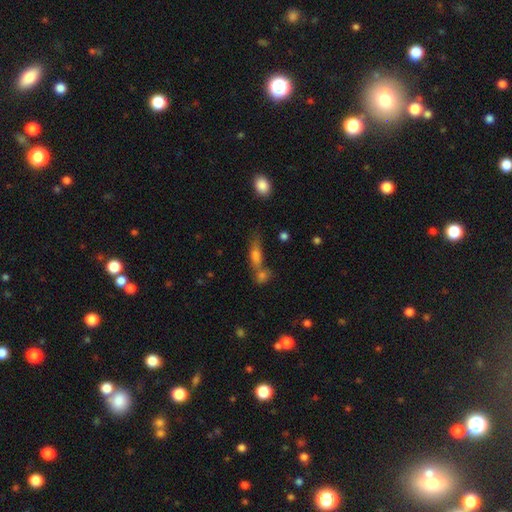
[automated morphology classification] smooth-or-featured: smooth: 60% | featured or disk: 25% | star or artifact: 16%
  how-rounded: cigar-shaped: 49% | in between: 43% | round: 7%
  merging: none: 47% | merger: 35% | minor disturbance: 12% | major disturbance: 7%